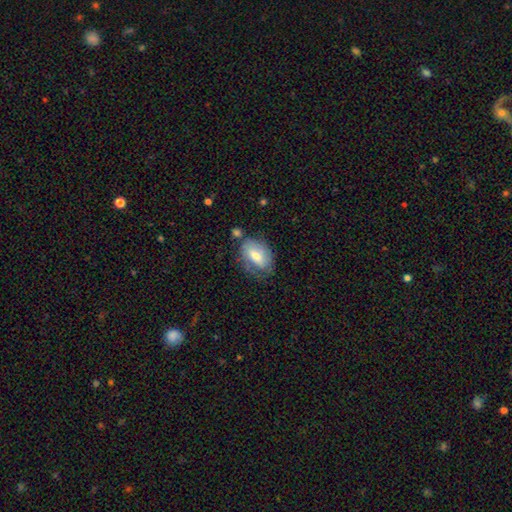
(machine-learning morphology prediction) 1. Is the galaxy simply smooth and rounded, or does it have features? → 60% smooth, 33% featured or disk, 7% star or artifact.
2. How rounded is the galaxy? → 86% in between, 11% round, 3% cigar-shaped.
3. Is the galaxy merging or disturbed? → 55% none, 27% minor disturbance, 11% major disturbance, 8% merger.